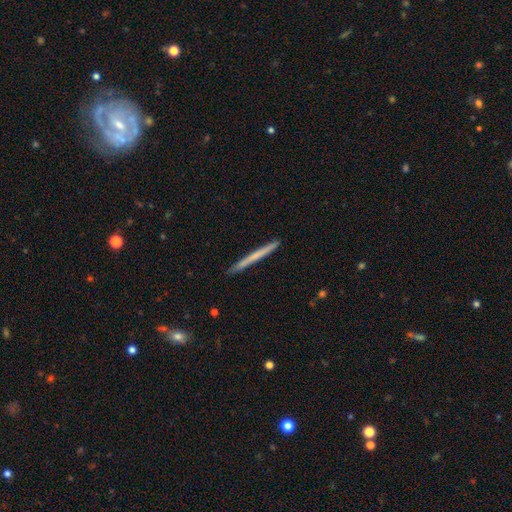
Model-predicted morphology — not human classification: The model was most divided on "smooth or featured": smooth: 55%, featured or disk: 40%, star or artifact: 5%. More confident: how rounded — cigar-shaped (97%); merging — none (91%).